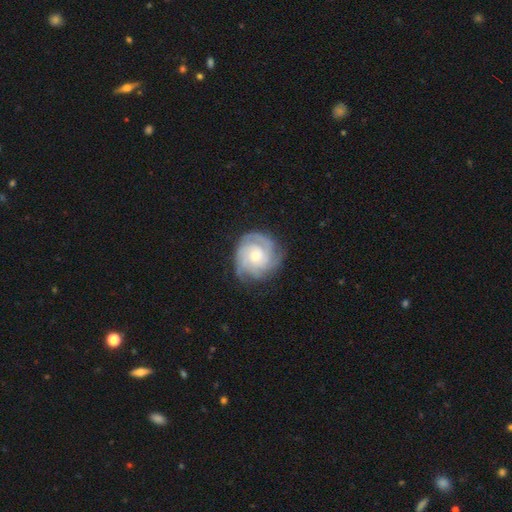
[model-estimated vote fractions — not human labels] featured or disk 80%, smooth 14%, star or artifact 6%. Down the decision tree: edge-on disk — no (98%); bar — no (77%); spiral arms — yes (96%); spiral arm count — can't tell (28%, tied with 3); spiral winding — tight (72%); bulge size — moderate (51%); merging — none (78%).